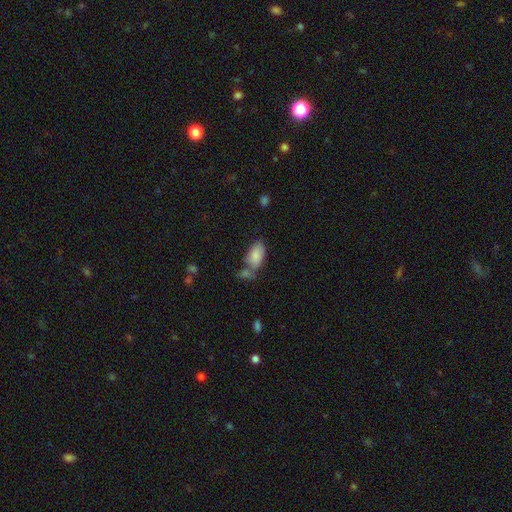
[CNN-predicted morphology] Smooth or featured?
  - smooth: 83% *
  - featured or disk: 10%
  - star or artifact: 7%
How rounded?
  - in between: 93% *
  - round: 4%
  - cigar-shaped: 3%
Merging?
  - none: 47% *
  - merger: 28%
  - minor disturbance: 19%
  - major disturbance: 7%